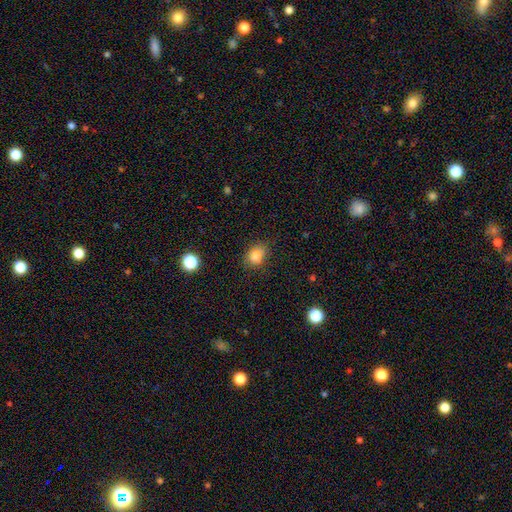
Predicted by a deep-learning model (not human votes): smooth-or-featured: smooth: 83% | star or artifact: 11% | featured or disk: 6%
  how-rounded: in between: 61% | round: 38% | cigar-shaped: 1%
  merging: none: 79% | minor disturbance: 16% | major disturbance: 4% | merger: 2%